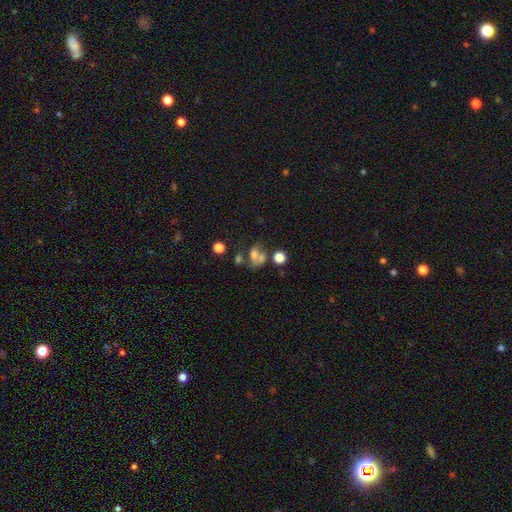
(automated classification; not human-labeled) smooth_or_featured: smooth (p=0.57) [alt: featured or disk p=0.26]
how_rounded: in between (p=0.60) [alt: round p=0.39]
merging: merger (p=0.42) [alt: none p=0.27]